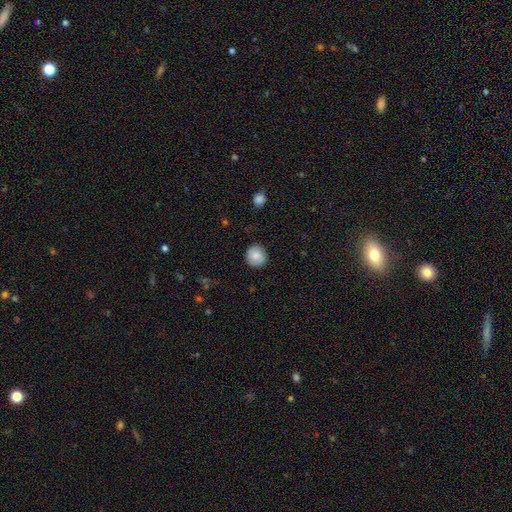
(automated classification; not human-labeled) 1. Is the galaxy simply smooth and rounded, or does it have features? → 80% smooth, 13% featured or disk, 8% star or artifact.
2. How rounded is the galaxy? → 89% round, 10% in between, 1% cigar-shaped.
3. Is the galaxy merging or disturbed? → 87% none, 10% minor disturbance, 2% major disturbance, 1% merger.